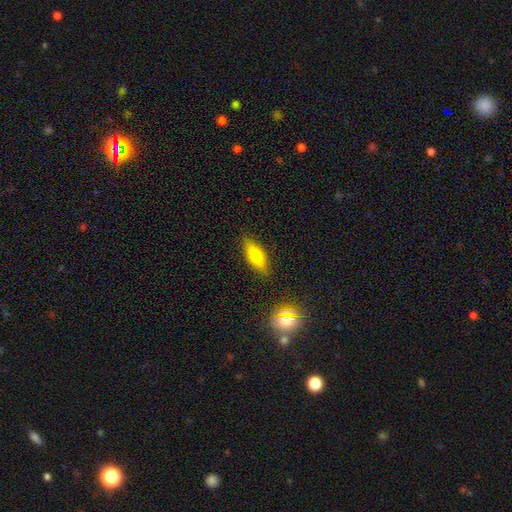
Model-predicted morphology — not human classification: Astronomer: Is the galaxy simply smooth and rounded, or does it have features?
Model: smooth — 69%.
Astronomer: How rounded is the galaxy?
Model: in between — 64%.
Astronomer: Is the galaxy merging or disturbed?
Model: none — 84%.